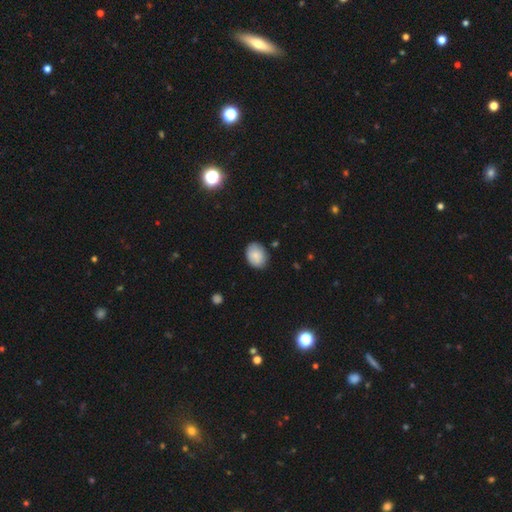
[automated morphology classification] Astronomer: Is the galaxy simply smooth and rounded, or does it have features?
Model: smooth — 84%.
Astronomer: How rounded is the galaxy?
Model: in between — 62%.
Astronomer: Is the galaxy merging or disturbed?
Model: none — 79%.